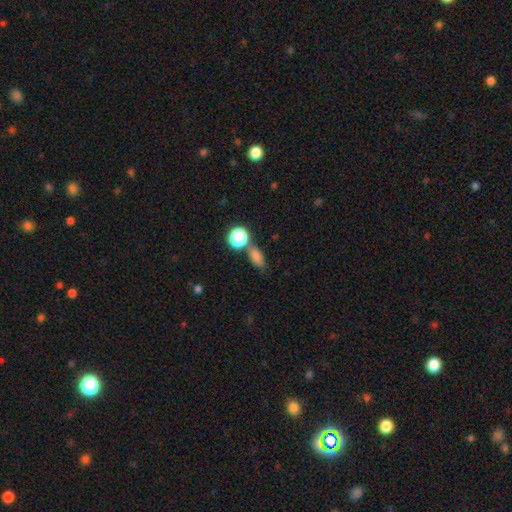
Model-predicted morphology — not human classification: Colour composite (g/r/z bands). It shows a smooth galaxy with no disk features (78%) that is in between round and cigar-shaped (71%). Merging: none (62%).